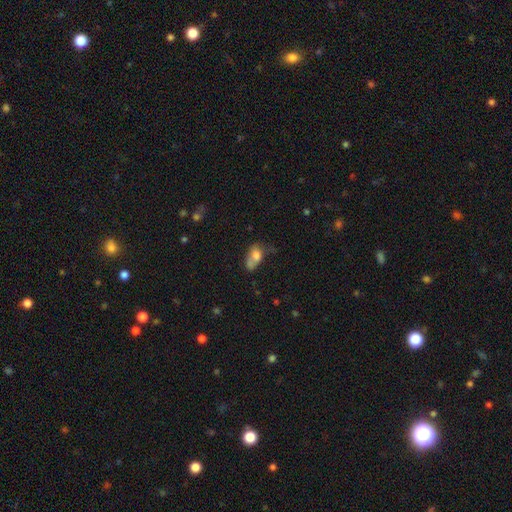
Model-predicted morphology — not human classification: Smooth or featured: smooth — 71% (featured or disk — 18%)
How rounded: in between — 80% (round — 17%)
Merging: merger — 26% (tied with minor disturbance — 26%)